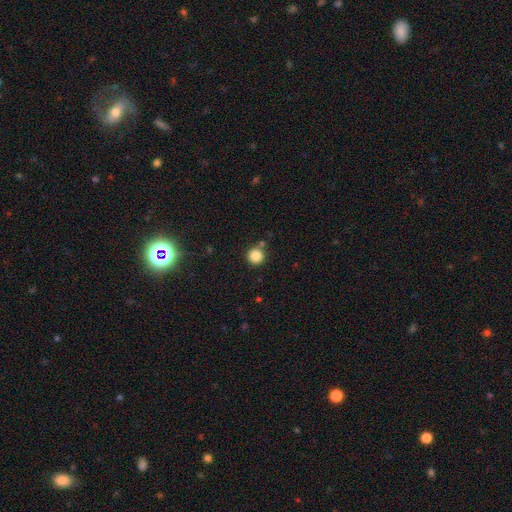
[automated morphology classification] Smooth or featured: smooth — 86% (star or artifact — 11%)
How rounded: round — 95% (in between — 5%)
Merging: none — 79% (minor disturbance — 9%)